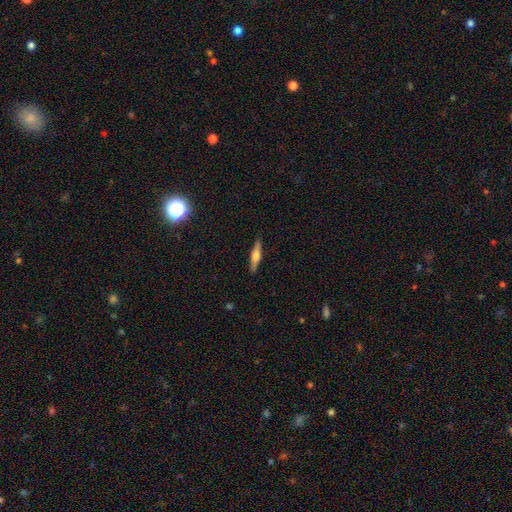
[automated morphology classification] type=featured or disk (54%); edge-on=yes (96%); edge-on bulge=rounded (89%); merging=none (91%).